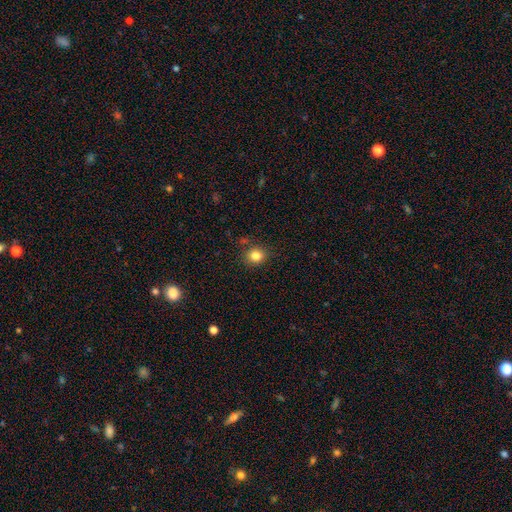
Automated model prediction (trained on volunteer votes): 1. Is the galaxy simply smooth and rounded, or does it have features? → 82% smooth, 12% star or artifact, 6% featured or disk.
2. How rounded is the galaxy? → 80% round, 19% in between, 1% cigar-shaped.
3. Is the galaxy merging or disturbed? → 85% none, 10% minor disturbance, 3% merger, 3% major disturbance.